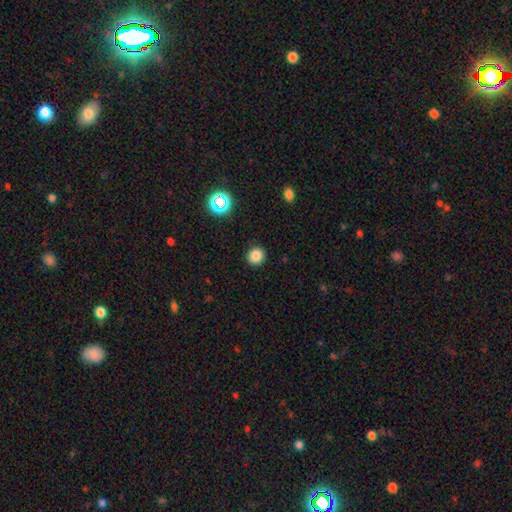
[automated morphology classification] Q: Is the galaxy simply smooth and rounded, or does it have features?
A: smooth — 82%.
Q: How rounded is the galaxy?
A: round — 90%.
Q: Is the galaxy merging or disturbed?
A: none — 91%.